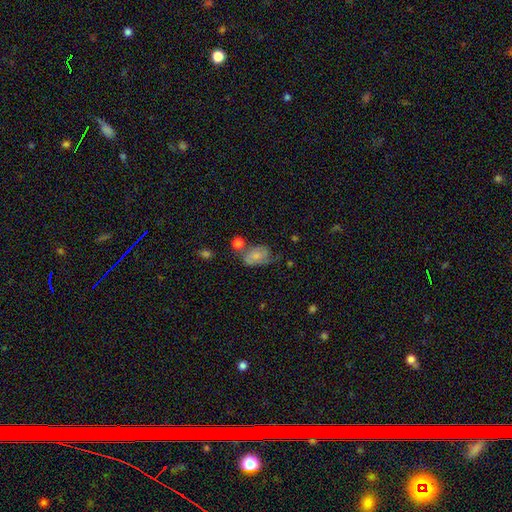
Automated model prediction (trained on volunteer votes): This appears to be a smooth galaxy with no disk features (62%) that is in between round and cigar-shaped (83%). Merging: none (36%).